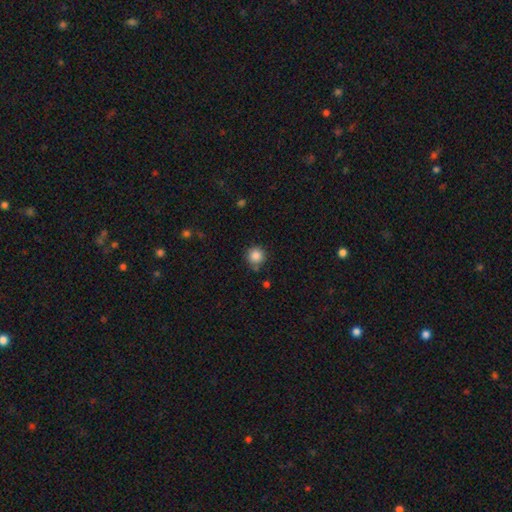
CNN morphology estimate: The model was most divided on "merging": none: 81%, minor disturbance: 12%, merger: 4%, major disturbance: 3%. More confident: how rounded — round (94%); smooth or featured — smooth (86%).